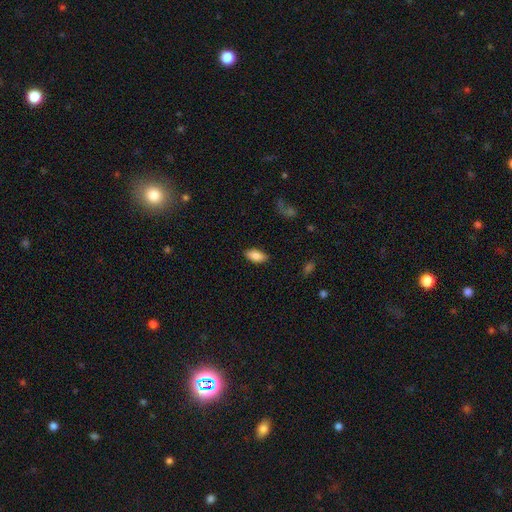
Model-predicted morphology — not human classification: Smooth or featured? smooth (84%)
How rounded? in between (90%)
Merging? none (85%)